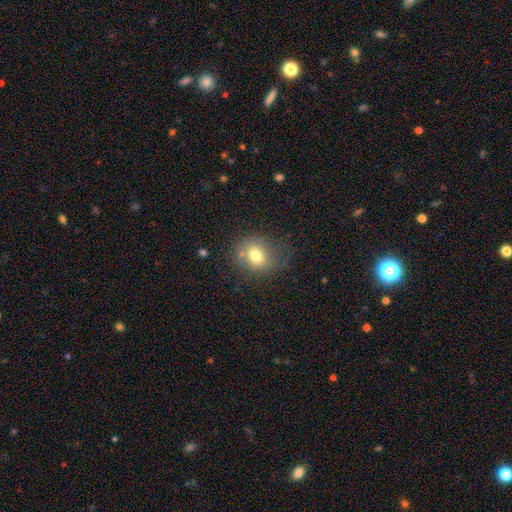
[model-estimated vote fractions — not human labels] The model was most divided on "how rounded": round: 65%, in between: 34%, cigar-shaped: 1%. More confident: smooth or featured — smooth (73%); merging — none (58%).